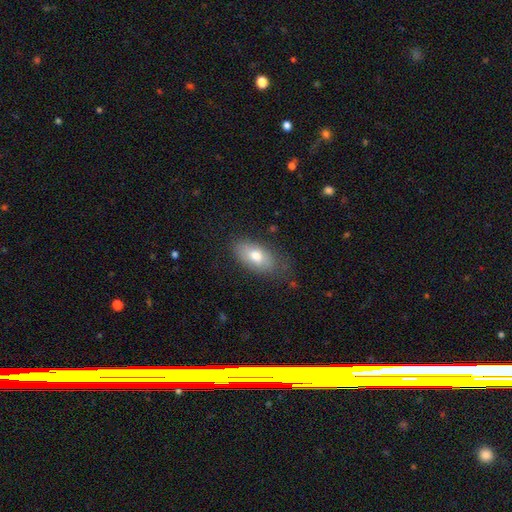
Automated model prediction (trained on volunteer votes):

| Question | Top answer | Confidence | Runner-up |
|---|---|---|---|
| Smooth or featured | smooth | 73% | featured or disk (20%) |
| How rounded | in between | 90% | cigar-shaped (5%) |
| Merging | none | 71% | minor disturbance (22%) |